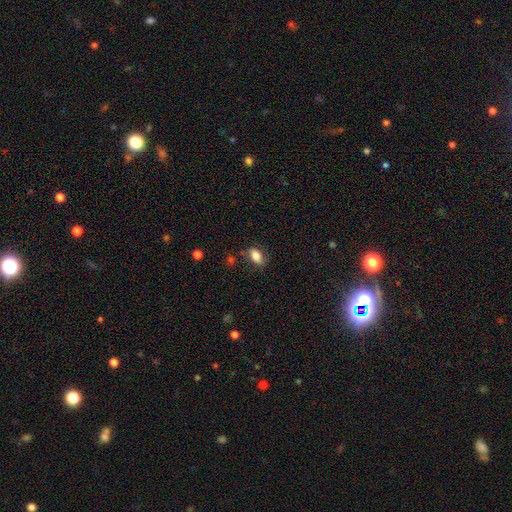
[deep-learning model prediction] Smooth or featured?
  - smooth: 78% *
  - featured or disk: 14%
  - star or artifact: 8%
How rounded?
  - in between: 88% *
  - round: 8%
  - cigar-shaped: 4%
Merging?
  - none: 68% *
  - minor disturbance: 22%
  - major disturbance: 7%
  - merger: 3%